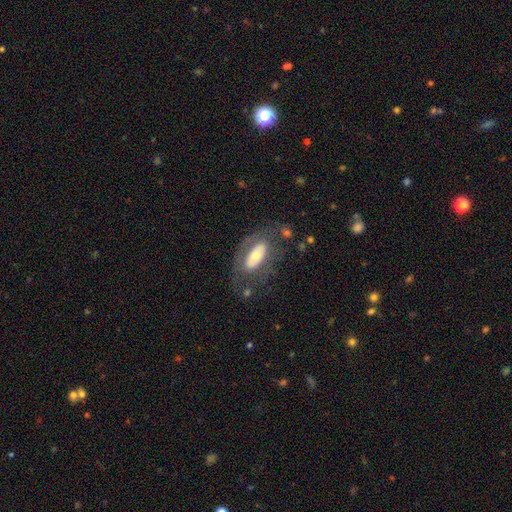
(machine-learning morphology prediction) The model was most divided on "smooth or featured": featured or disk: 54%, smooth: 39%, star or artifact: 7%. More confident: edge-on disk — no (85%); merging — none (61%).